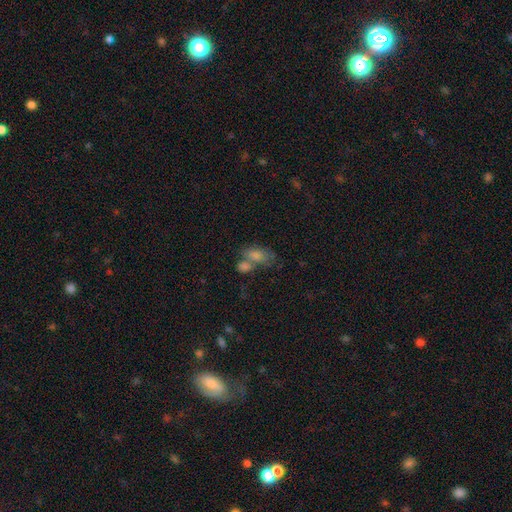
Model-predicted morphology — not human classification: Smooth or featured? smooth (68%)
How rounded? in between (84%)
Merging? merger (45%)